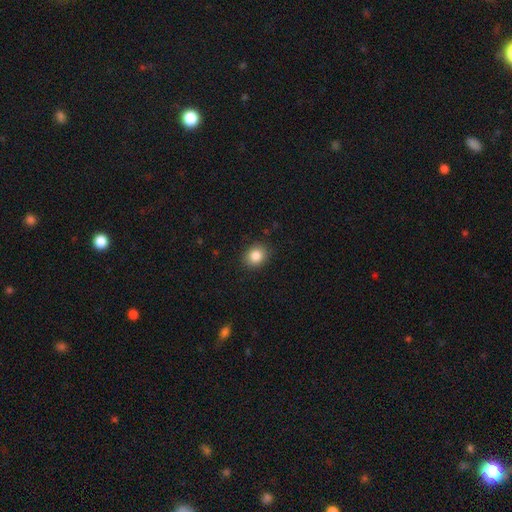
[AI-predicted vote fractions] A smooth galaxy with no disk features (85%) that is round (64%).

Vote fractions:
- Smooth or featured? smooth: 85% / star or artifact: 9% / featured or disk: 5%
- How rounded? round: 64% / in between: 36% / cigar-shaped: 1%
- Merging? none: 88% / minor disturbance: 8% / major disturbance: 2% / merger: 1%